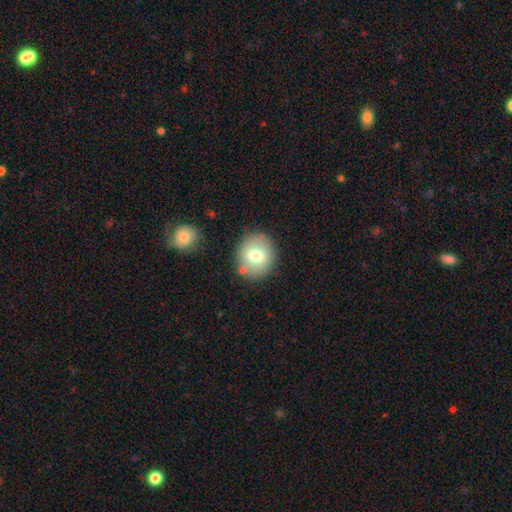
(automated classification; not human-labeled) A smooth galaxy with no disk features (70%) that is round (80%). Merging: none (80%).